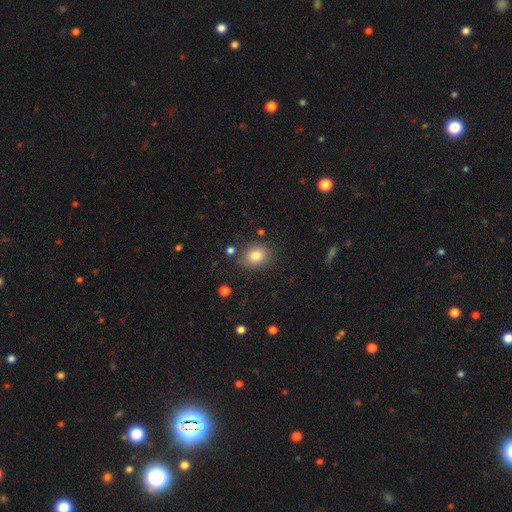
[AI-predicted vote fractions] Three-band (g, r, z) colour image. It shows a smooth galaxy with no disk features (82%) that is round (50%). Merging: none (82%).